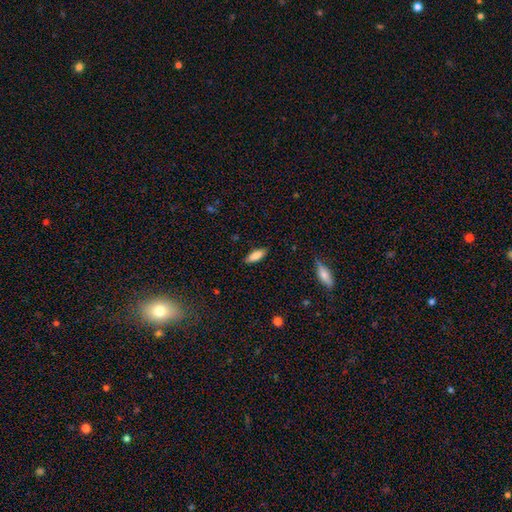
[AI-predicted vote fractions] Smooth or featured? Predicted: smooth (p=0.84). How rounded? Predicted: in between (p=0.69). Merging? Predicted: none (p=0.86).